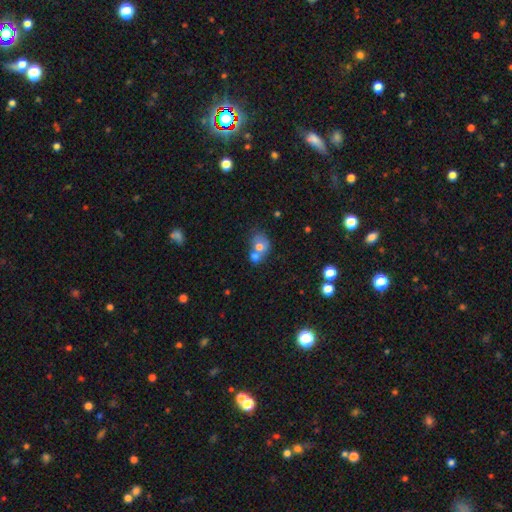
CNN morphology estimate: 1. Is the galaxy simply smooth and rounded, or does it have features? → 67% smooth, 22% featured or disk, 11% star or artifact.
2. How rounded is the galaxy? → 55% round, 44% in between, 1% cigar-shaped.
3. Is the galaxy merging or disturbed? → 64% merger, 23% none, 9% minor disturbance, 4% major disturbance.